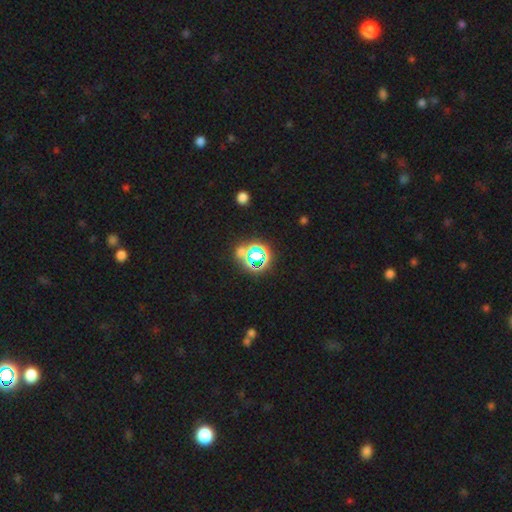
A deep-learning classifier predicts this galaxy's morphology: Overall: star or artifact (61%; smooth 28%).